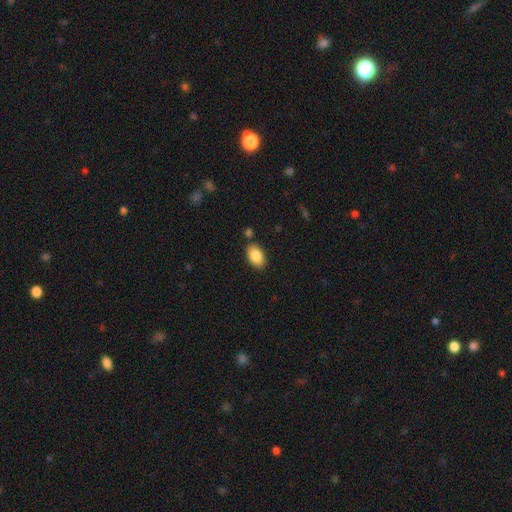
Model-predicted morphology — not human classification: This appears to be a smooth galaxy with no disk features (86%) that is in between round and cigar-shaped (91%). Merging: none (83%).